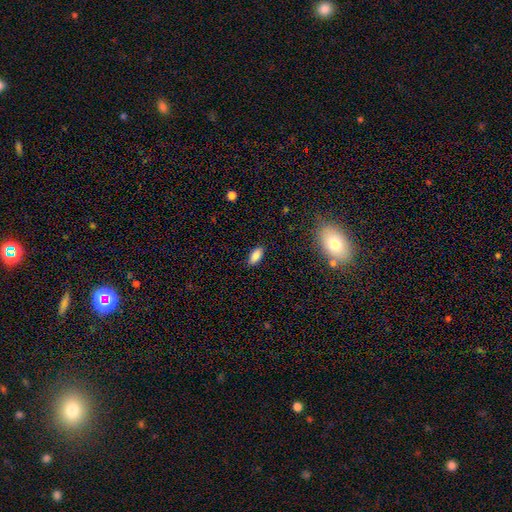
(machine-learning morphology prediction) type=smooth (85%); roundness=in between (90%); merging=none (87%).